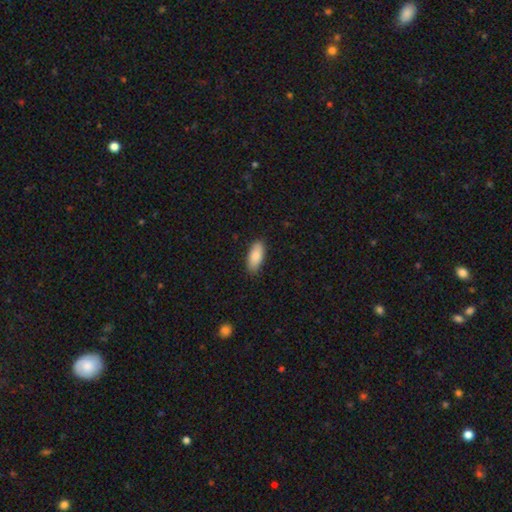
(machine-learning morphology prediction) This is clearly a smooth galaxy (87%). How rounded: clearly in between (86%). Merging: clearly none (86%).